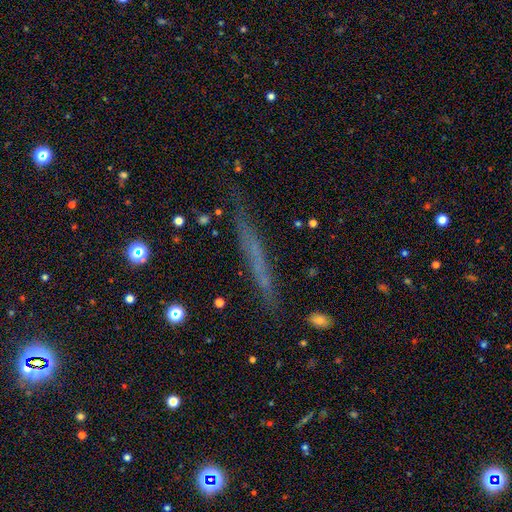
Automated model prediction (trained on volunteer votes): This appears to be a smooth galaxy with no disk features (43%, tied with featured or disk). Merging: none (82%).